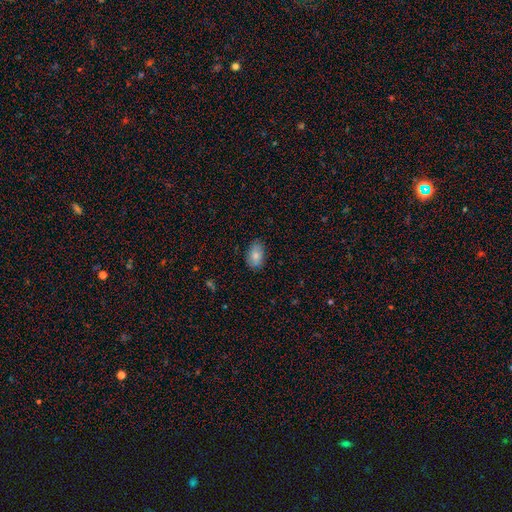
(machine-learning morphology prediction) The model was most divided on "merging": none: 81%, minor disturbance: 16%, major disturbance: 3%, merger: 1%. More confident: how rounded — in between (91%); smooth or featured — smooth (81%).